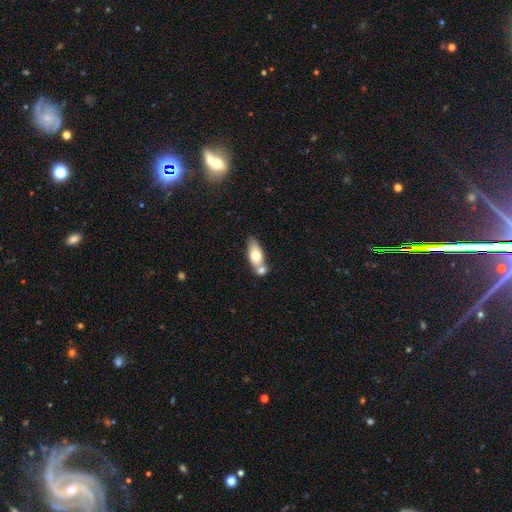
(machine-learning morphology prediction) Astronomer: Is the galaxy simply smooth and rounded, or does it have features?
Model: smooth — 67%.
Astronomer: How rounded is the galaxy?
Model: in between — 79%.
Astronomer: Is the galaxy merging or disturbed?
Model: merger — 45% (runner-up: none, 38%).